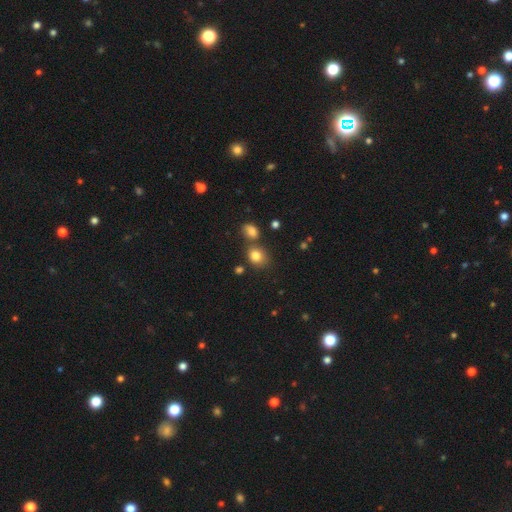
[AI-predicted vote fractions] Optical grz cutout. It shows a smooth galaxy with no disk features (81%) that is round (61%). Merging: none (61%).